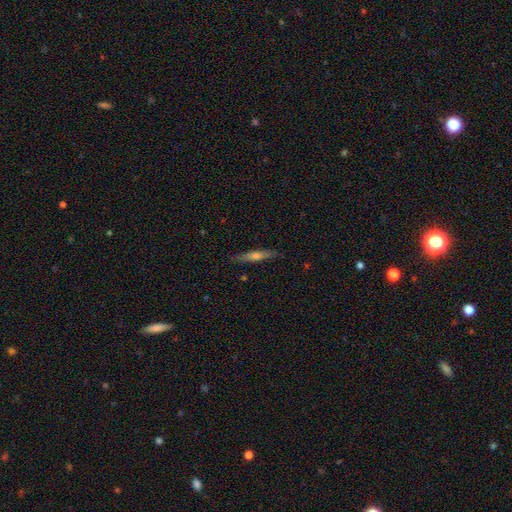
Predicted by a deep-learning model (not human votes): Smooth or featured? featured or disk (65%)
Edge-on disk? yes (96%)
Edge-on bulge? rounded (81%)
Merging? none (89%)